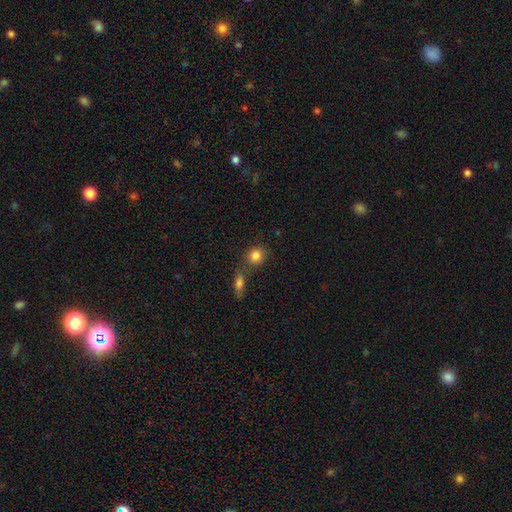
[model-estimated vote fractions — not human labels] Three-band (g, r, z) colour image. It shows a smooth galaxy with no disk features (84%) that is round (76%). Merging: none (66%).